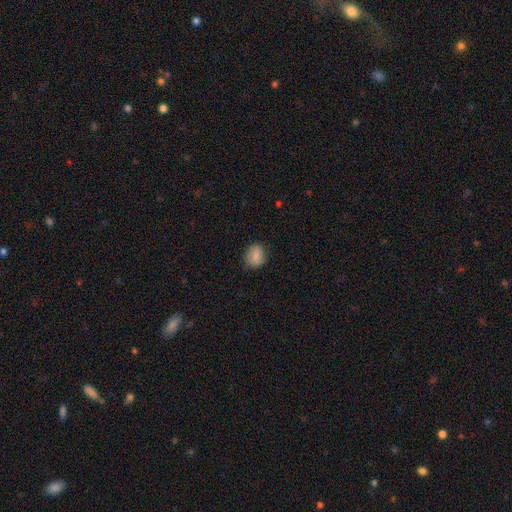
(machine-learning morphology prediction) smooth_or_featured: smooth (p=0.82) [alt: featured or disk p=0.10]
how_rounded: round (p=0.50) [alt: in between p=0.49]
merging: none (p=0.76) [alt: minor disturbance p=0.18]